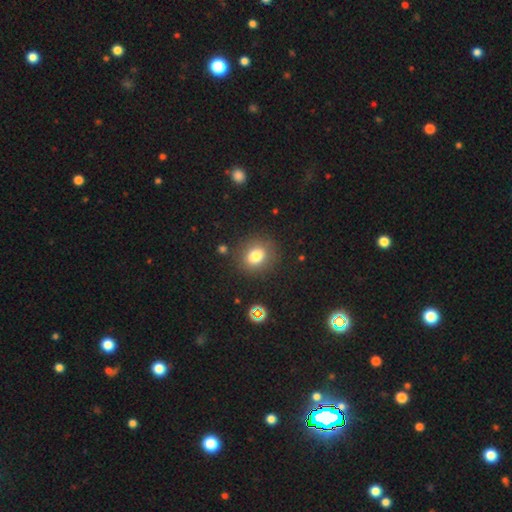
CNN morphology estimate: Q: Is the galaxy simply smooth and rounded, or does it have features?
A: smooth — 77%.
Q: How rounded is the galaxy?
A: round — 71%.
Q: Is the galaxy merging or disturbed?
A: none — 85%.